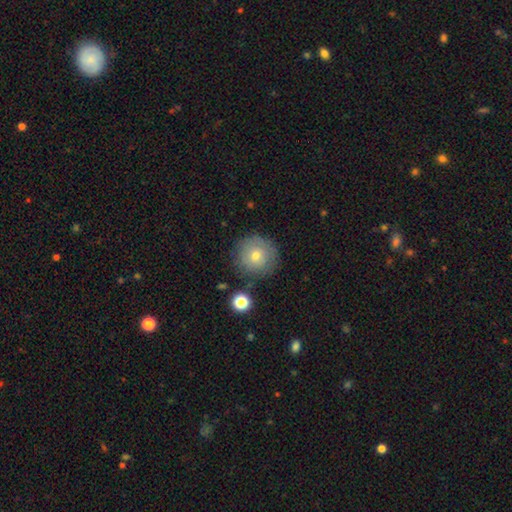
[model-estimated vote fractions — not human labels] A smooth galaxy with no disk features (67%) that is round (95%). Merging: none (82%).